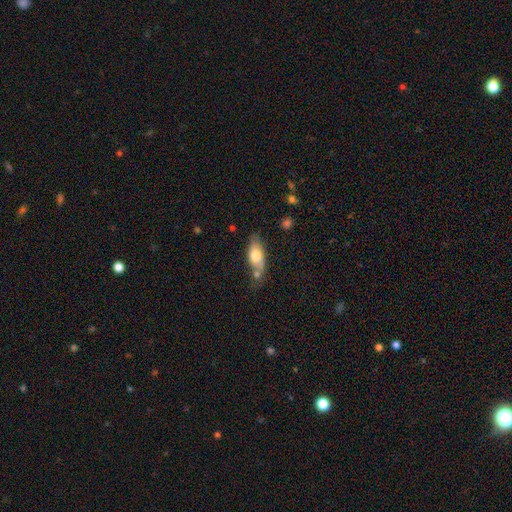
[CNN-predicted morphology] The model was most divided on "merging": none: 52%, minor disturbance: 24%, merger: 16%, major disturbance: 8%. More confident: how rounded — in between (79%); smooth or featured — smooth (66%).